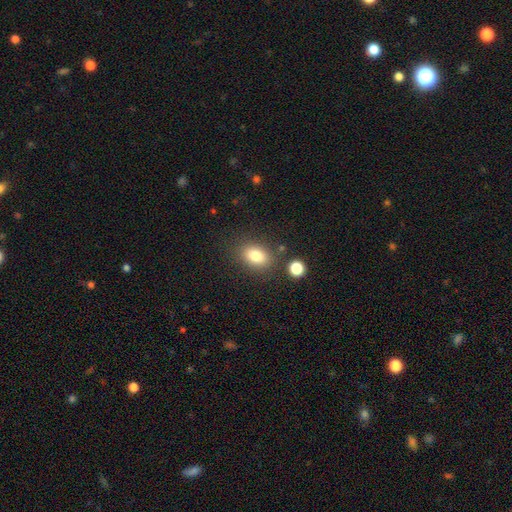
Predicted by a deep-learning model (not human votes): Morphology: type=smooth (81%); roundness=in between (77%); merging=none (80%).